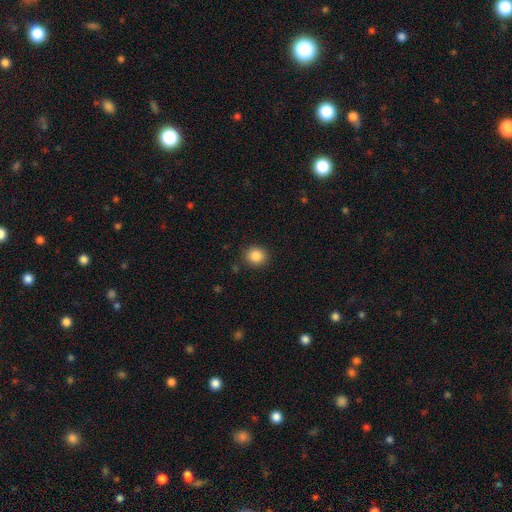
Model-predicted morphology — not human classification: A smooth galaxy with no disk features (86%) that is round (88%).

Vote fractions:
- Smooth or featured? smooth: 86% / star or artifact: 10% / featured or disk: 4%
- How rounded? round: 88% / in between: 11% / cigar-shaped: 1%
- Merging? none: 89% / minor disturbance: 7% / major disturbance: 2% / merger: 1%